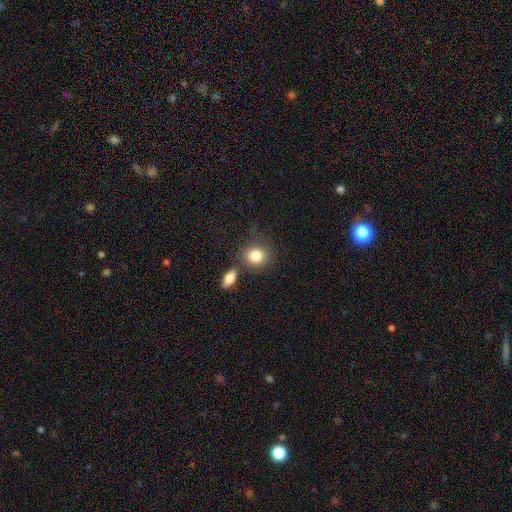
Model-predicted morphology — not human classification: type=smooth (83%); roundness=round (73%); merging=none (66%).